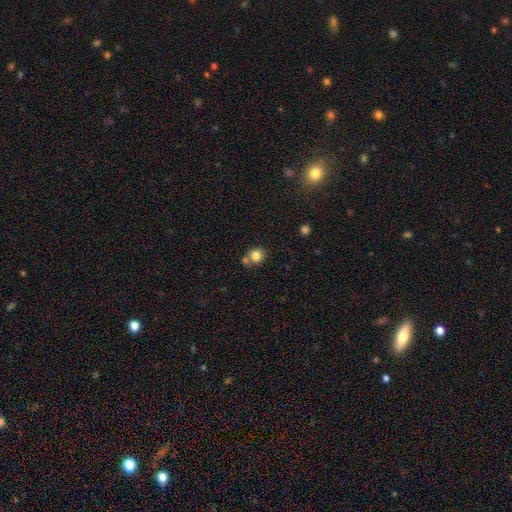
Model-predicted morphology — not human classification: type=smooth (81%); roundness=round (83%); merging=none (58%).